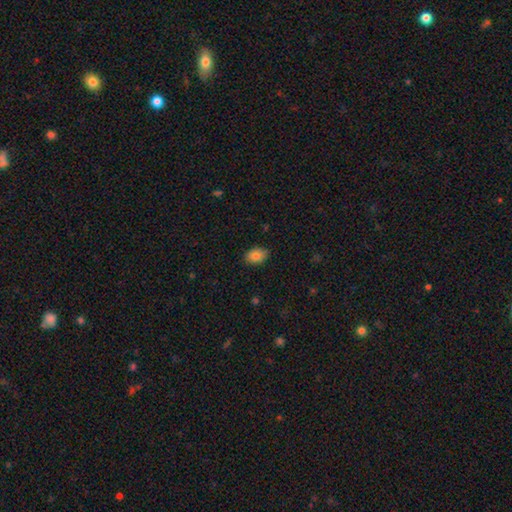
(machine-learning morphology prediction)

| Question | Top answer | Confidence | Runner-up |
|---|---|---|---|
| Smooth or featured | smooth | 84% | star or artifact (8%) |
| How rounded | in between | 83% | round (16%) |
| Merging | none | 85% | minor disturbance (12%) |